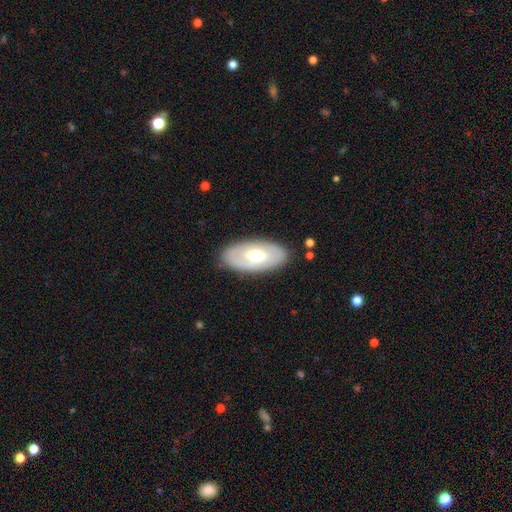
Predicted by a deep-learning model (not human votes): smooth-or-featured: featured or disk: 53% | smooth: 42% | star or artifact: 5%
  disk-edge-on: no: 86% | yes: 14%
  merging: none: 85% | minor disturbance: 10% | major disturbance: 3% | merger: 1%